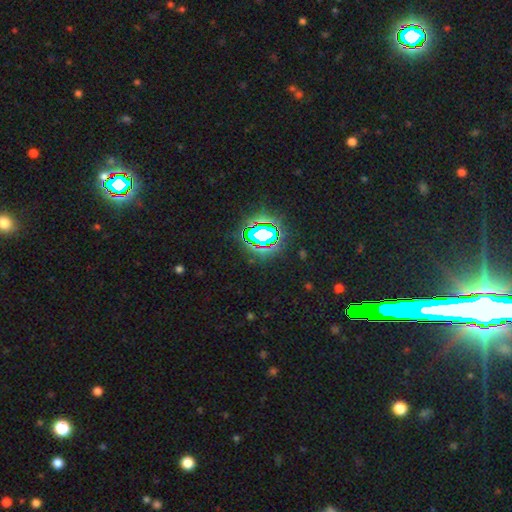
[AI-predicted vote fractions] star or artifact 80%, smooth 11%, featured or disk 9%.